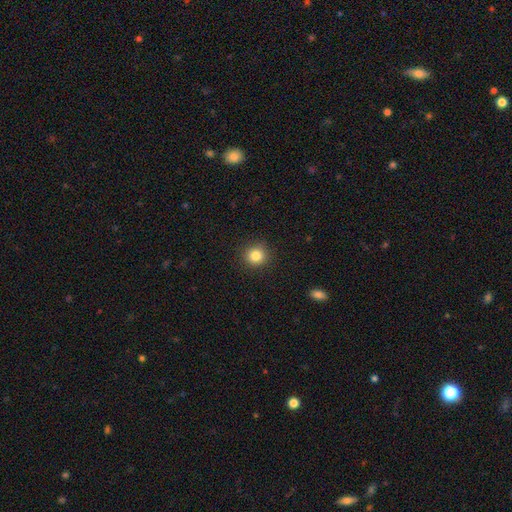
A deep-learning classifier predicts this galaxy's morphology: Overall: smooth (83%). How rounded: round (91%). Merging: none (90%).